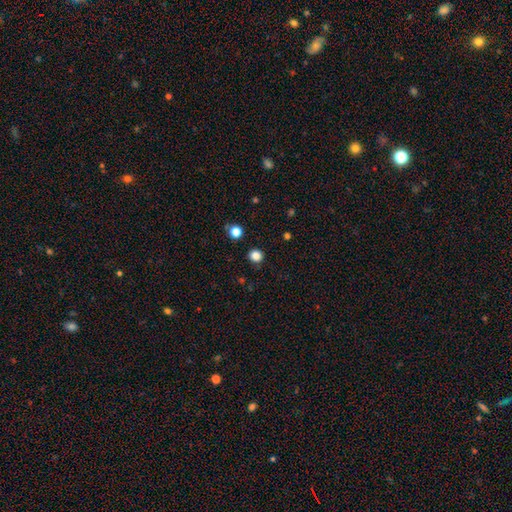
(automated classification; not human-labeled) Q: Smooth or featured?
A: smooth (83%); runner-up: star or artifact (14%)
Q: How rounded?
A: round (90%); runner-up: in between (9%)
Q: Merging?
A: none (91%); runner-up: minor disturbance (6%)